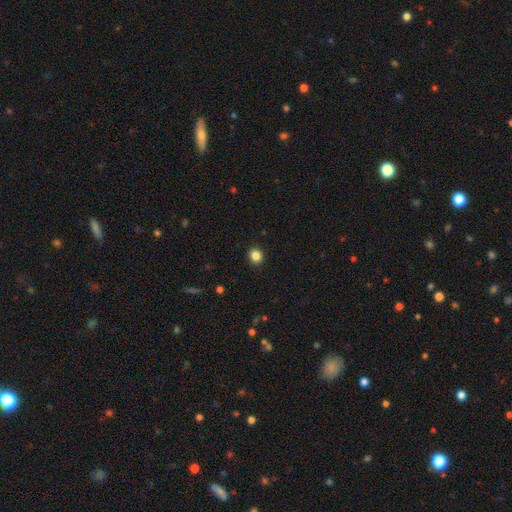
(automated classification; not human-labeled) Smooth or featured? smooth (85%)
How rounded? round (77%)
Merging? none (92%)